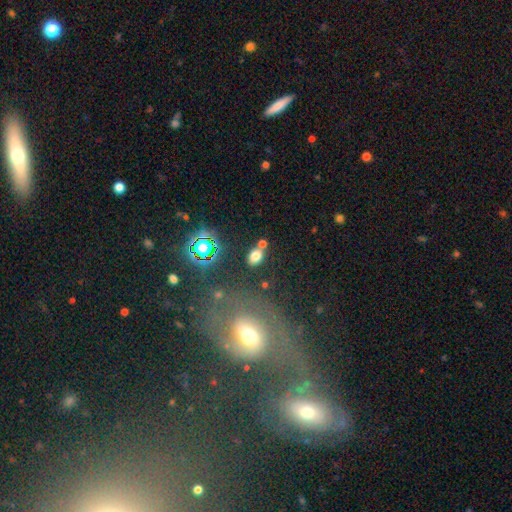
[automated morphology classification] This is likely a smooth galaxy (75%). How rounded: likely in between (72%). Merging: likely none (67%).